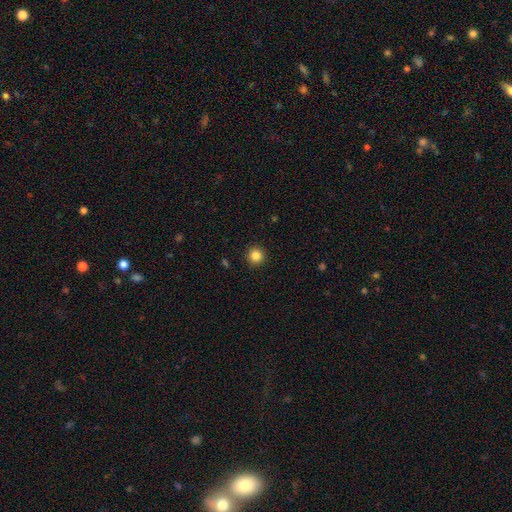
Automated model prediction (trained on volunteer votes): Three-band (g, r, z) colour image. It shows a smooth galaxy with no disk features (84%) that is round (95%). Merging: none (92%).